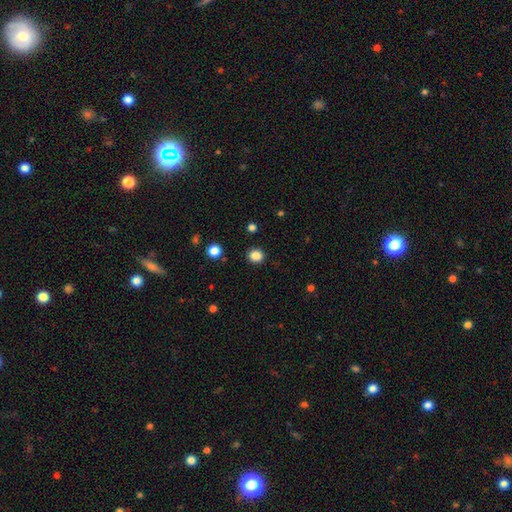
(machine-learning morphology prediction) Smooth or featured?
  - smooth: 85% *
  - star or artifact: 12%
  - featured or disk: 3%
How rounded?
  - round: 82% *
  - in between: 17%
  - cigar-shaped: 1%
Merging?
  - none: 90% *
  - minor disturbance: 6%
  - major disturbance: 2%
  - merger: 2%